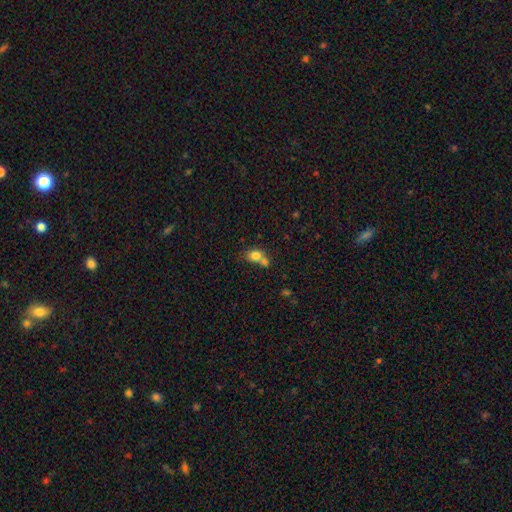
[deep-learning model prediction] Overall: smooth (77%). How rounded: round (50%; in between 49%). Merging: merger (56%; none 30%).